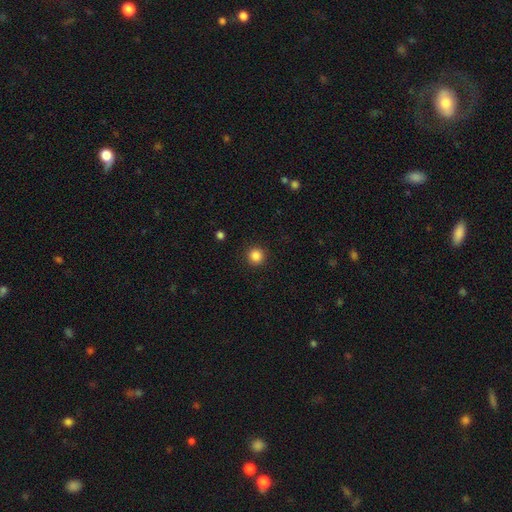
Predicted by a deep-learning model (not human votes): Overall: smooth (86%). How rounded: round (95%). Merging: none (92%).